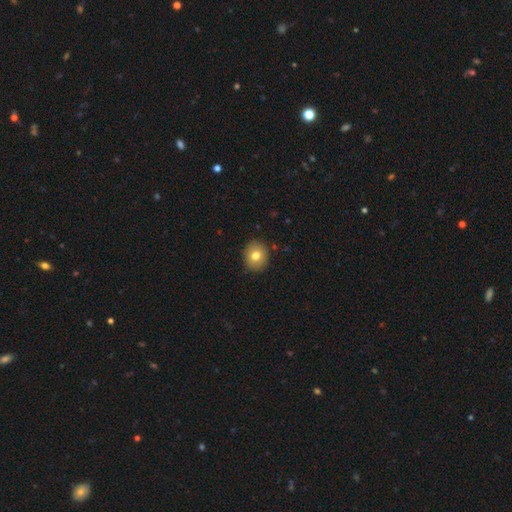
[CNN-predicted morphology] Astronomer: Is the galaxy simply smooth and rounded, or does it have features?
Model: smooth — 78%.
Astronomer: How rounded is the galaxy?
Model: round — 78%.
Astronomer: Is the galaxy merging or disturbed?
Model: none — 89%.